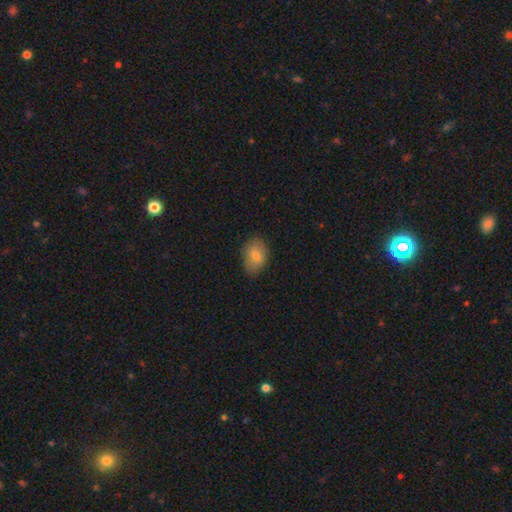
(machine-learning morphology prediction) This appears to be a smooth galaxy with no disk features (76%) that is in between round and cigar-shaped (78%). Merging: none (80%).